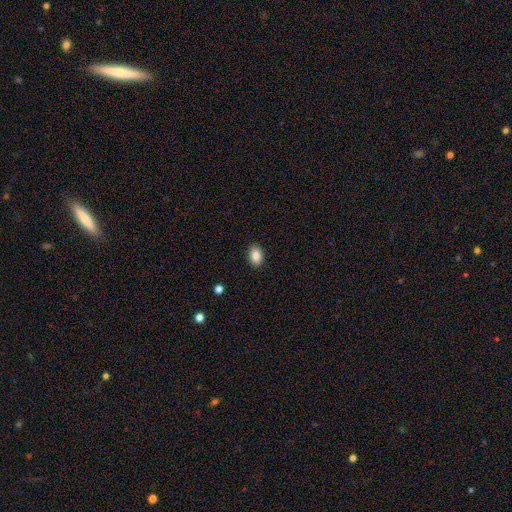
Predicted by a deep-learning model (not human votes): Q: Smooth or featured?
A: smooth (87%); runner-up: star or artifact (8%)
Q: How rounded?
A: in between (84%); runner-up: round (15%)
Q: Merging?
A: none (88%); runner-up: minor disturbance (9%)